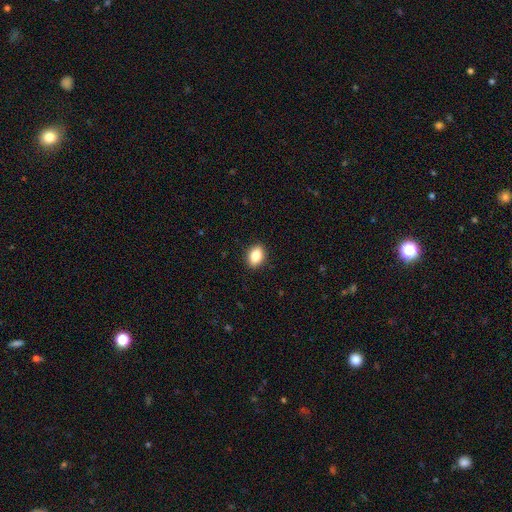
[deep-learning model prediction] Morphology: type=smooth (85%); roundness=in between (79%); merging=none (90%).